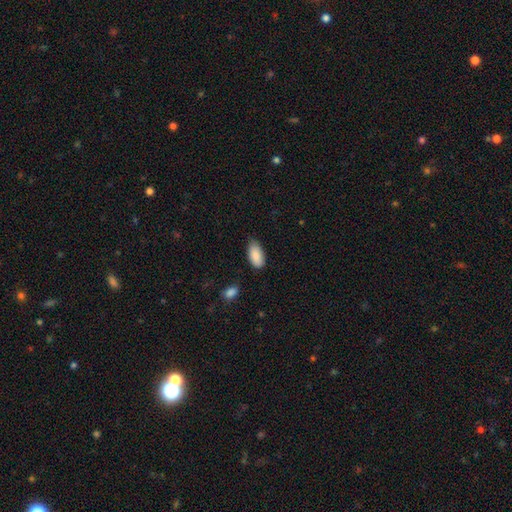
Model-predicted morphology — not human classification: Smooth or featured: smooth — 88% (star or artifact — 7%)
How rounded: in between — 93% (cigar-shaped — 5%)
Merging: none — 67% (minor disturbance — 28%)